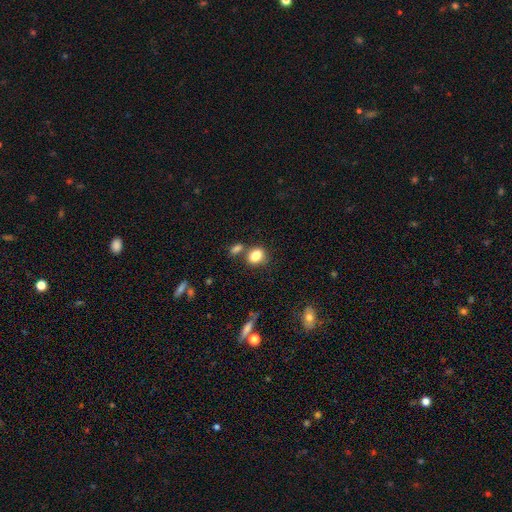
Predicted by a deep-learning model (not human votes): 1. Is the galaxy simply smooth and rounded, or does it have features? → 83% smooth, 9% star or artifact, 7% featured or disk.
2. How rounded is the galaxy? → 60% in between, 38% round, 2% cigar-shaped.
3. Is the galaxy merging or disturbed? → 59% none, 22% merger, 14% minor disturbance, 5% major disturbance.